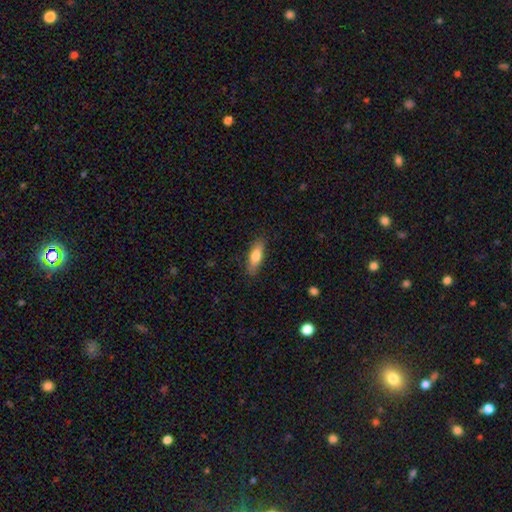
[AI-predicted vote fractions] Overall: smooth (77%). How rounded: in between (56%; cigar-shaped 42%). Merging: none (85%).